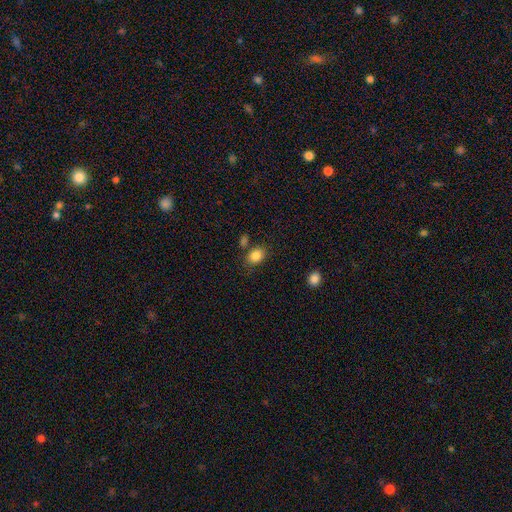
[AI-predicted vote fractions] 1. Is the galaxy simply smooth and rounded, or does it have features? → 86% smooth, 9% star or artifact, 5% featured or disk.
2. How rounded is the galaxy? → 57% in between, 42% round, 1% cigar-shaped.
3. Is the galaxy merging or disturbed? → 72% none, 13% minor disturbance, 10% merger, 4% major disturbance.